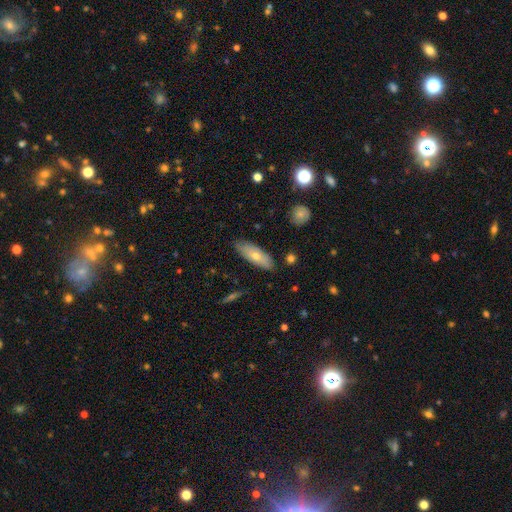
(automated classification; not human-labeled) Smooth or featured: smooth — 59% (featured or disk — 33%)
How rounded: in between — 62% (cigar-shaped — 36%)
Merging: none — 82% (minor disturbance — 14%)